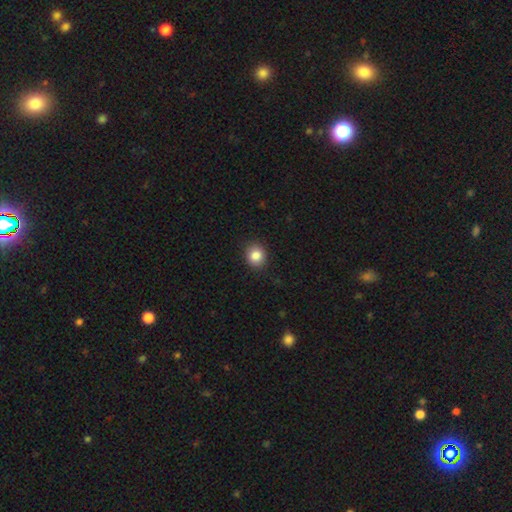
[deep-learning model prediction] Morphology: type=smooth (85%); roundness=round (76%); merging=none (89%).